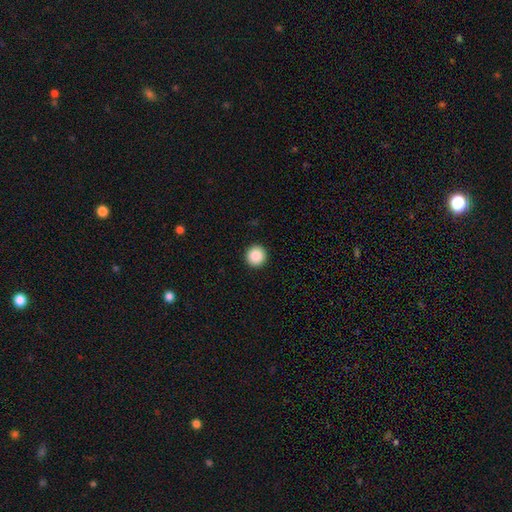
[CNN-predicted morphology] Smooth or featured? Predicted: smooth (p=0.88). How rounded? Predicted: round (p=0.95). Merging? Predicted: none (p=0.93).